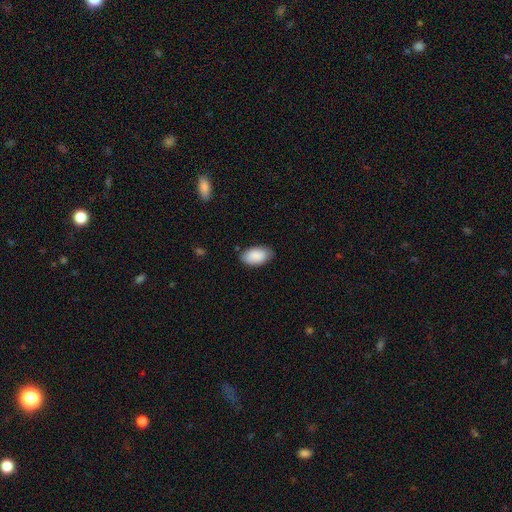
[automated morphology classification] Overall: smooth (89%). How rounded: in between (95%). Merging: none (80%).